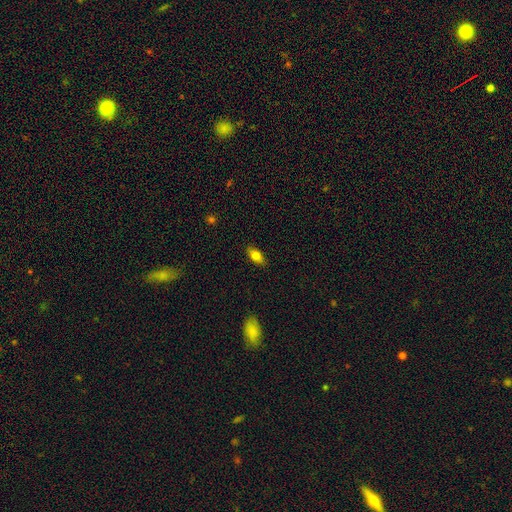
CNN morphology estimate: smooth-or-featured: smooth: 80% | featured or disk: 13% | star or artifact: 8%
  how-rounded: in between: 87% | cigar-shaped: 8% | round: 5%
  merging: none: 87% | minor disturbance: 10% | major disturbance: 2% | merger: 1%